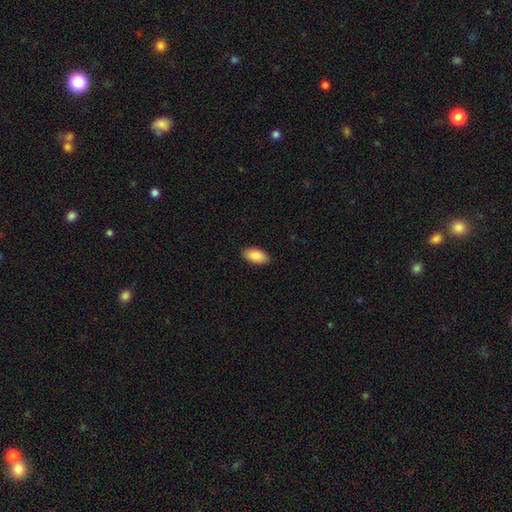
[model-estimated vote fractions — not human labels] The model was most divided on "merging": none: 90%, minor disturbance: 8%, major disturbance: 2%, merger: 1%. More confident: how rounded — in between (94%); smooth or featured — smooth (89%).